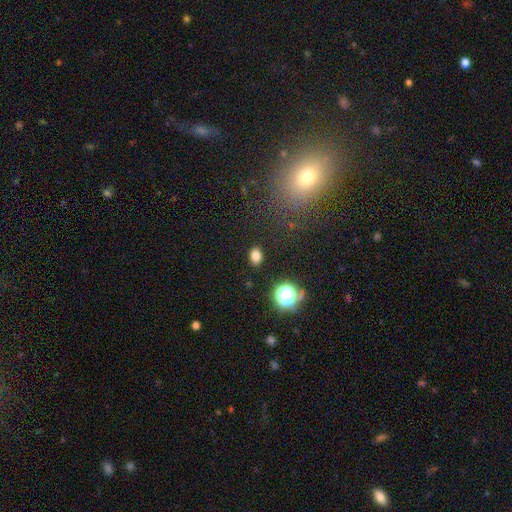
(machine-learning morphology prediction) Smooth or featured? smooth (79%)
How rounded? in between (71%)
Merging? none (87%)